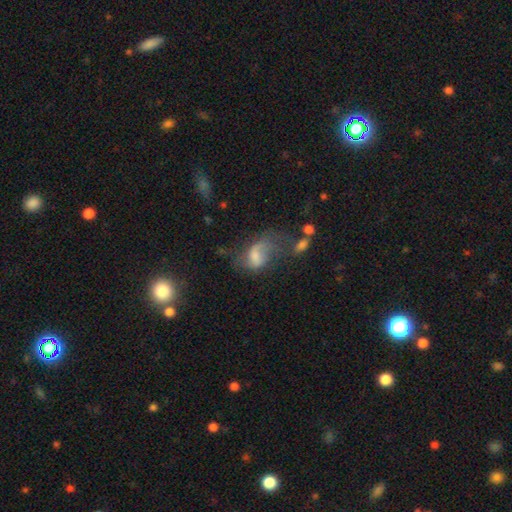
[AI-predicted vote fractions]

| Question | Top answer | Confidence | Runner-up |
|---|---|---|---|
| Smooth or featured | smooth | 46% | featured or disk (40%) |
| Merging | major disturbance | 41% | none (26%) |